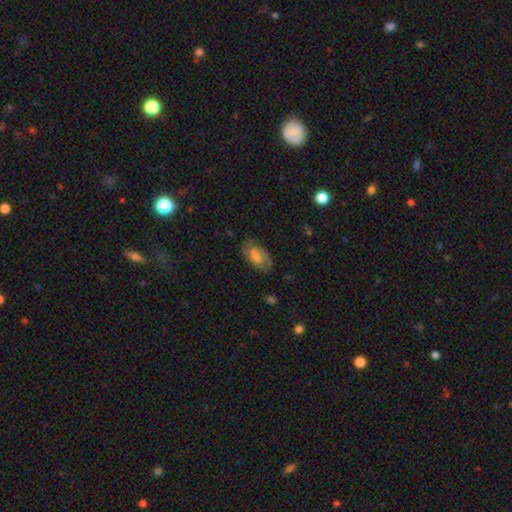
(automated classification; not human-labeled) Morphology: type=featured or disk (58%); edge-on=no (94%); bar=weak (49%); spiral arms=yes (83%); bulge=moderate (30%); merging=none (75%).